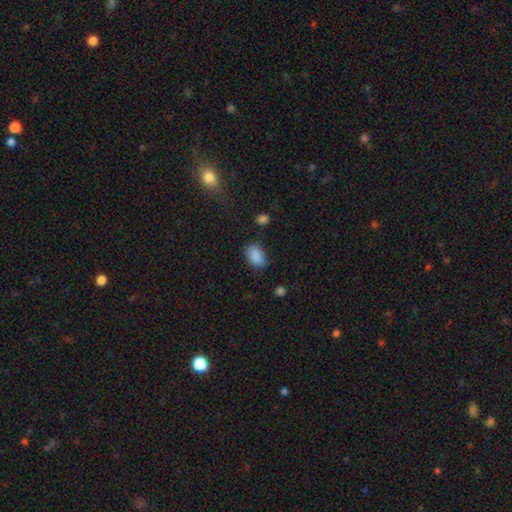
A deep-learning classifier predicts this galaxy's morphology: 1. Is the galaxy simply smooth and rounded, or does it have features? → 88% smooth, 8% star or artifact, 4% featured or disk.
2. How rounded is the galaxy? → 89% in between, 9% round, 2% cigar-shaped.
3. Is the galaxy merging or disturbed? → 76% none, 18% minor disturbance, 4% major disturbance, 2% merger.